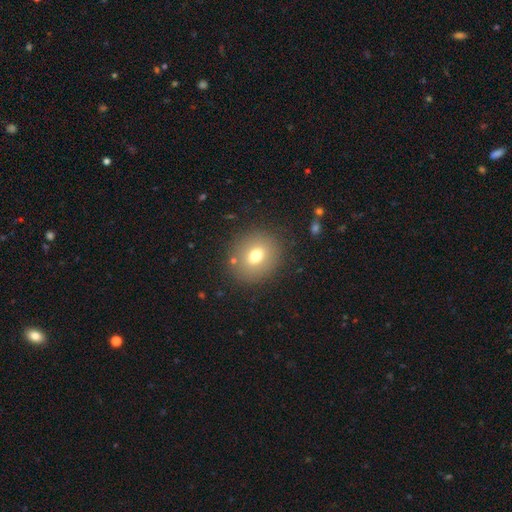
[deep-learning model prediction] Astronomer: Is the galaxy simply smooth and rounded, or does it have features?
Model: smooth — 70%.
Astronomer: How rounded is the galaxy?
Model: round — 74%.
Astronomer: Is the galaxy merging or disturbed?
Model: none — 84%.